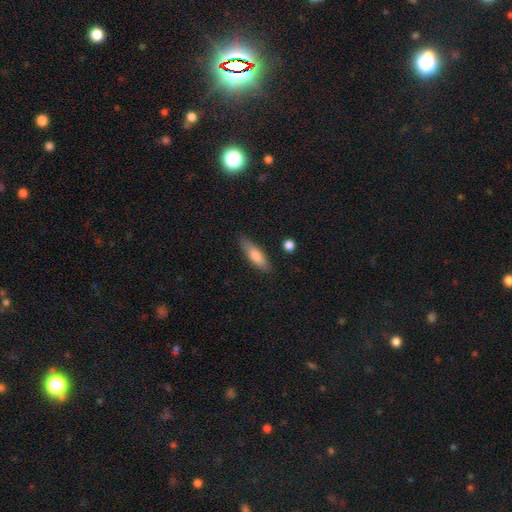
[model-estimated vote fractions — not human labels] Q: Smooth or featured?
A: smooth (76%); runner-up: featured or disk (18%)
Q: How rounded?
A: cigar-shaped (55%); runner-up: in between (43%)
Q: Merging?
A: none (81%); runner-up: minor disturbance (14%)